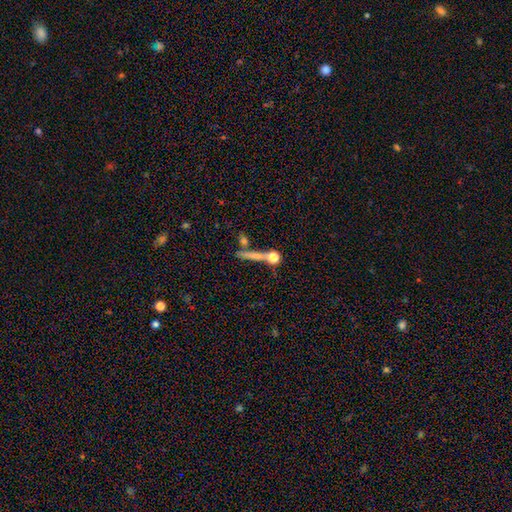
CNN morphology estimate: A smooth galaxy with no disk features (52%) that is cigar-shaped (66%). Merging: none (63%).